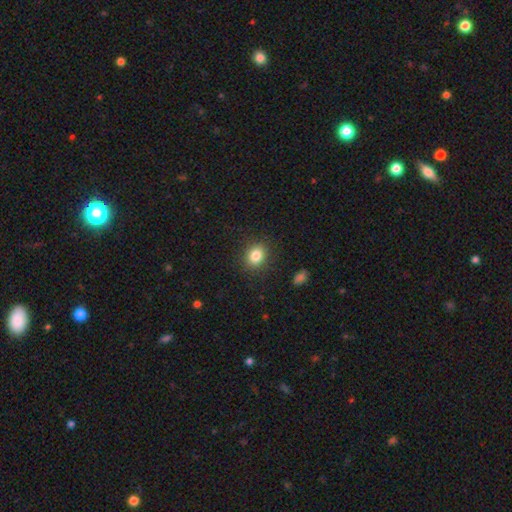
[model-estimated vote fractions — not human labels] Smooth or featured?
  - smooth: 84% *
  - star or artifact: 11%
  - featured or disk: 6%
How rounded?
  - round: 56% *
  - in between: 43%
  - cigar-shaped: 1%
Merging?
  - none: 87% *
  - minor disturbance: 9%
  - major disturbance: 3%
  - merger: 1%